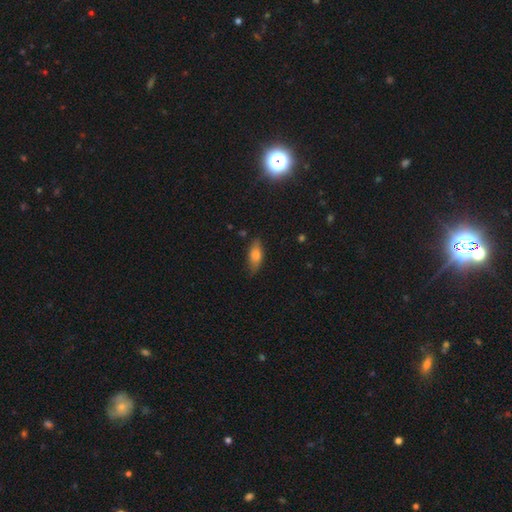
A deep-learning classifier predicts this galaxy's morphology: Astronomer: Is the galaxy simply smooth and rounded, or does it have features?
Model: smooth — 74%.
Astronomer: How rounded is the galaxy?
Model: in between — 77%.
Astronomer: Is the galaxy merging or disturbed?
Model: none — 75%.